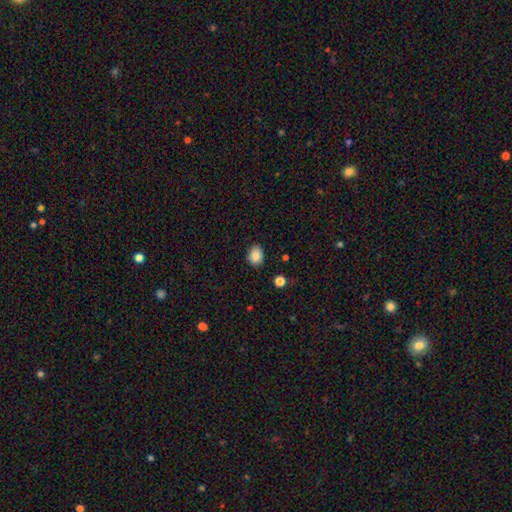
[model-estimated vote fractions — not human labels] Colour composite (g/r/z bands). It shows a smooth galaxy with no disk features (86%) that is in between round and cigar-shaped (60%). Merging: none (85%).